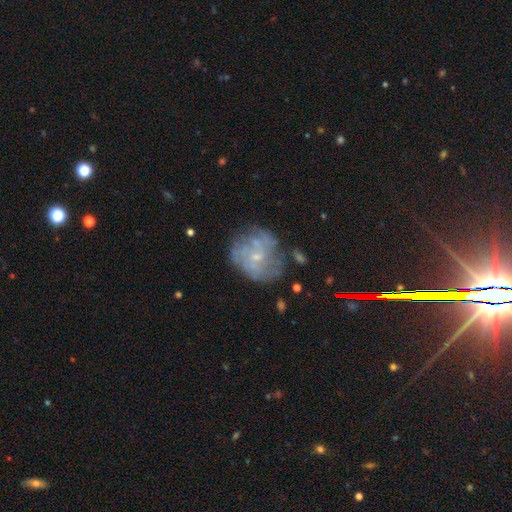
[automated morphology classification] Smooth or featured? featured or disk (66%)
Edge-on disk? no (98%)
Bar? no (74%)
Spiral arms? yes (63%)
Bulge size? small (72%)
Merging? none (59%)